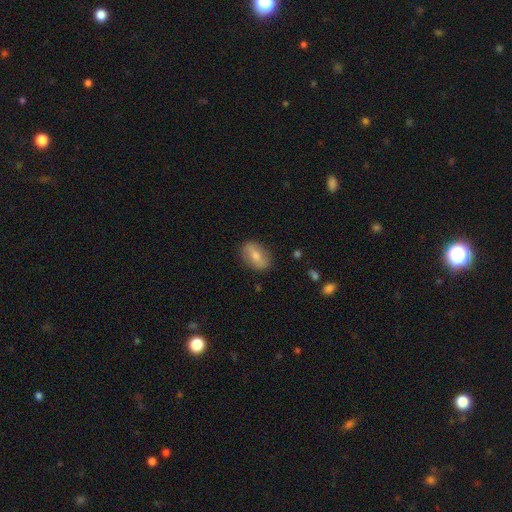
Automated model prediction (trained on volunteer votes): smooth 64%, featured or disk 29%, star or artifact 7%. Down the decision tree: how rounded — in between (84%); merging — none (83%).